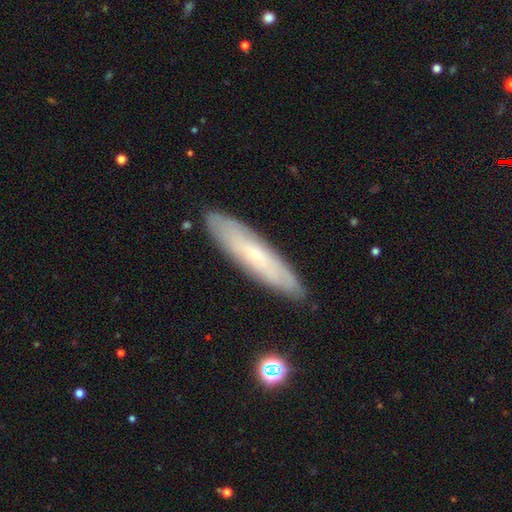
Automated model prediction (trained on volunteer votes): smooth_or_featured: featured or disk (p=0.47) [alt: smooth p=0.45]
merging: none (p=0.87) [alt: minor disturbance p=0.10]